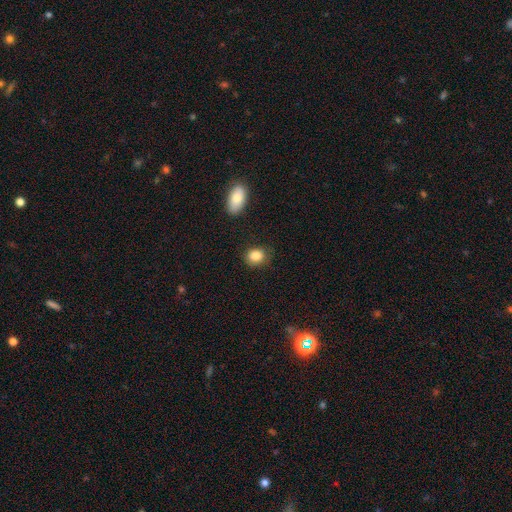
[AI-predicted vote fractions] Smooth or featured? smooth (86%)
How rounded? round (58%)
Merging? none (77%)